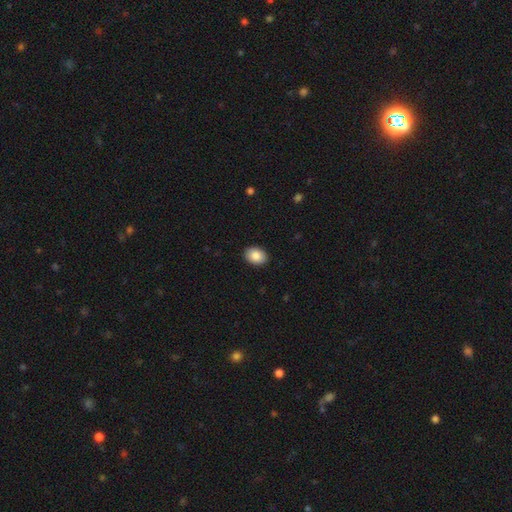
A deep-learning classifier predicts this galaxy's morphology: Smooth or featured? smooth (87%)
How rounded? in between (73%)
Merging? none (91%)